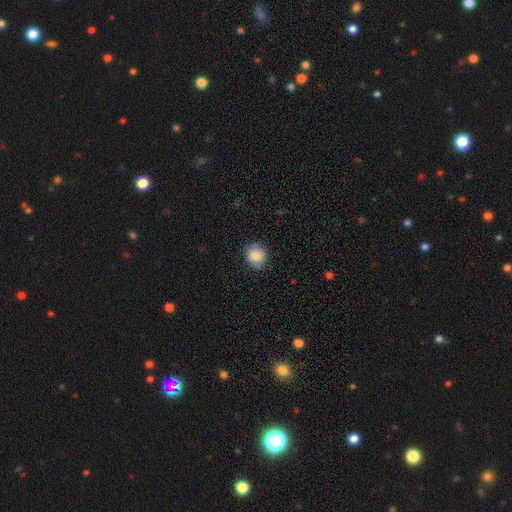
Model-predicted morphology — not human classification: Smooth or featured? smooth (86%)
How rounded? round (82%)
Merging? none (81%)